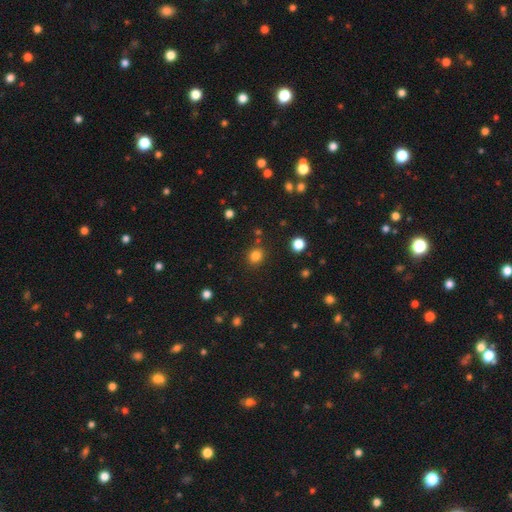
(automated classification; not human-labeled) The model was most divided on "how rounded": round: 80%, in between: 19%, cigar-shaped: 1%. More confident: merging — none (84%); smooth or featured — smooth (82%).